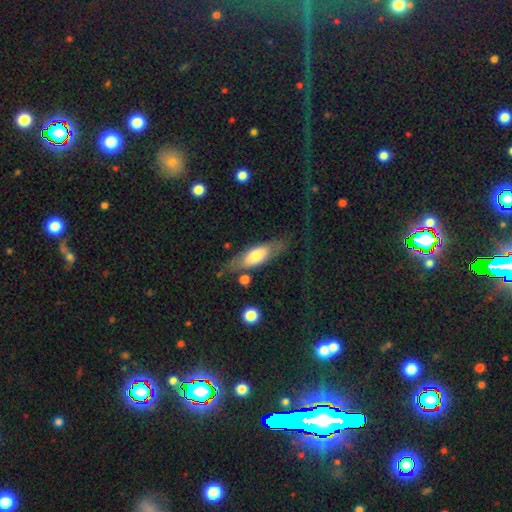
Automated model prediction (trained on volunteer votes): Smooth or featured? smooth (60%)
How rounded? in between (62%)
Merging? none (65%)